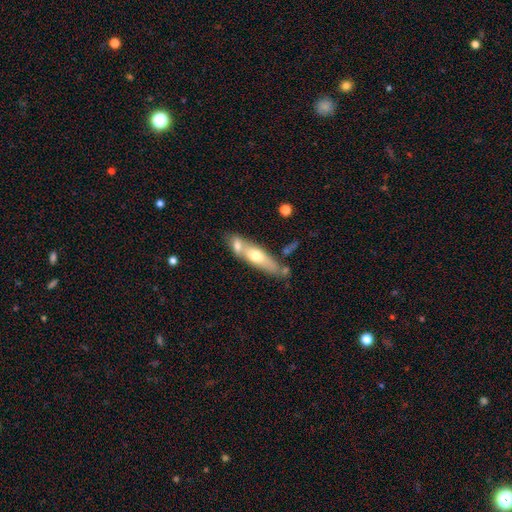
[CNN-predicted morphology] Smooth or featured: smooth — 55% (featured or disk — 39%)
How rounded: cigar-shaped — 62% (in between — 35%)
Merging: merger — 45% (none — 38%)